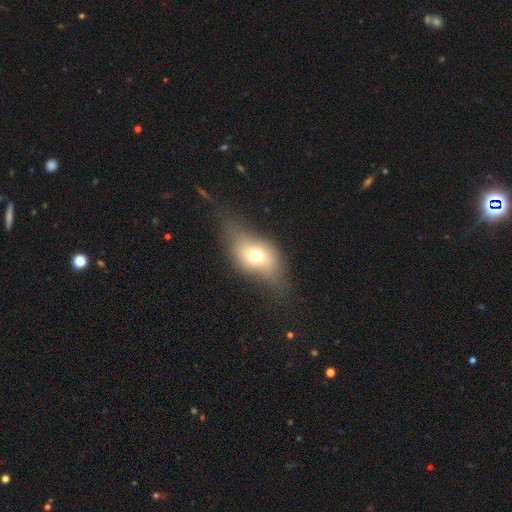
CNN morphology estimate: smooth-or-featured: smooth: 64% | featured or disk: 25% | star or artifact: 11%
  how-rounded: in between: 74% | round: 22% | cigar-shaped: 4%
  merging: none: 56% | minor disturbance: 26% | major disturbance: 17% | merger: 2%